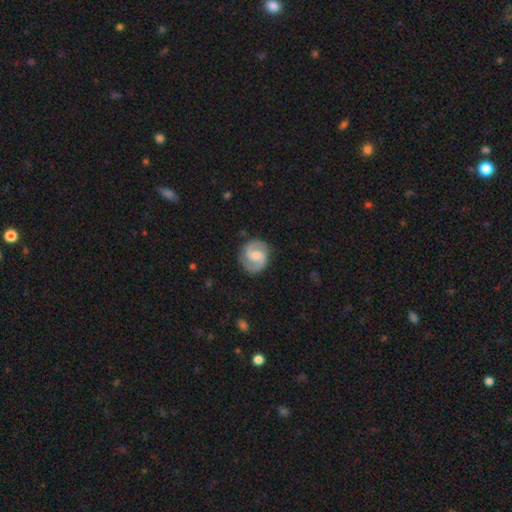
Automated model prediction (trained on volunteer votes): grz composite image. It shows a featured or disk galaxy (88%) with a weak bar (49%), 2 (94%) medium (55%) spiral arms (98%) and a moderate central bulge (43%). Merging: none (85%).